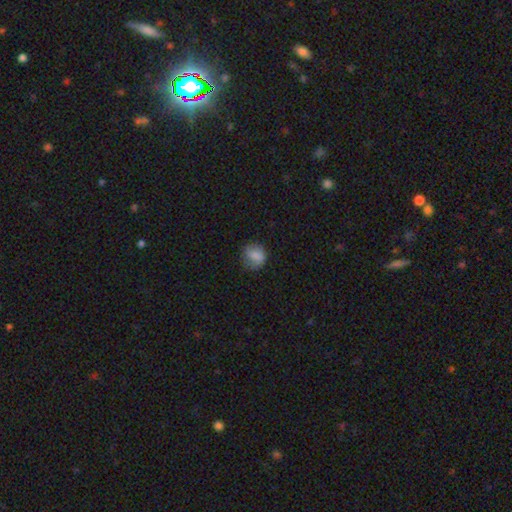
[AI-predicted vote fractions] Morphology: type=smooth (78%); roundness=round (79%); merging=none (70%).